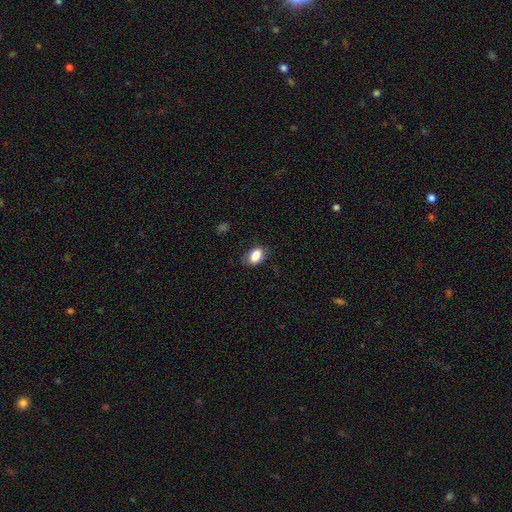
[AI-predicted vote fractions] A smooth galaxy with no disk features (85%) that is in between round and cigar-shaped (87%). Merging: none (74%).